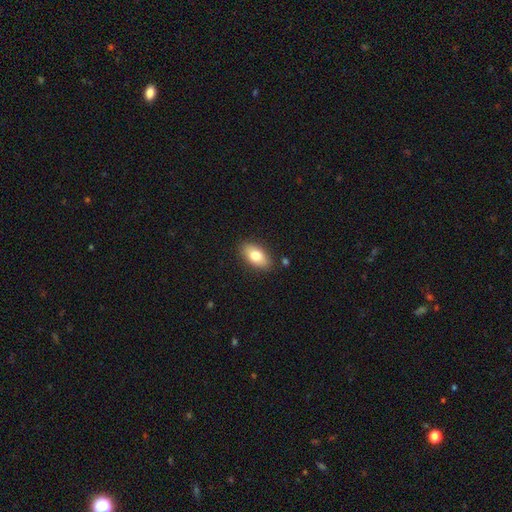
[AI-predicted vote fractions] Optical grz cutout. It shows a smooth galaxy with no disk features (78%) that is in between round and cigar-shaped (91%). Merging: none (86%).